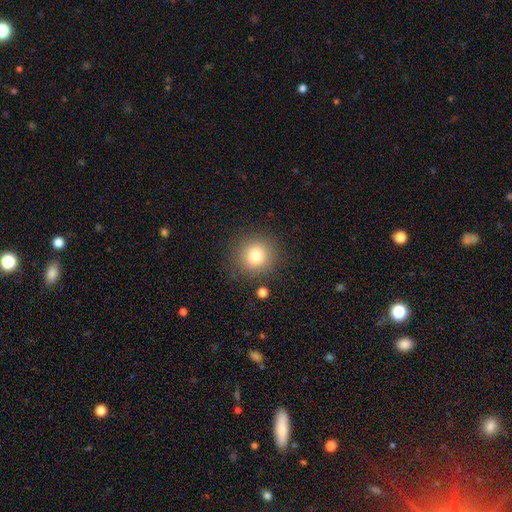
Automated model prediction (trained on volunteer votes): smooth_or_featured: smooth (p=0.80) [alt: star or artifact p=0.12]
how_rounded: round (p=0.91) [alt: in between p=0.08]
merging: none (p=0.86) [alt: minor disturbance p=0.08]